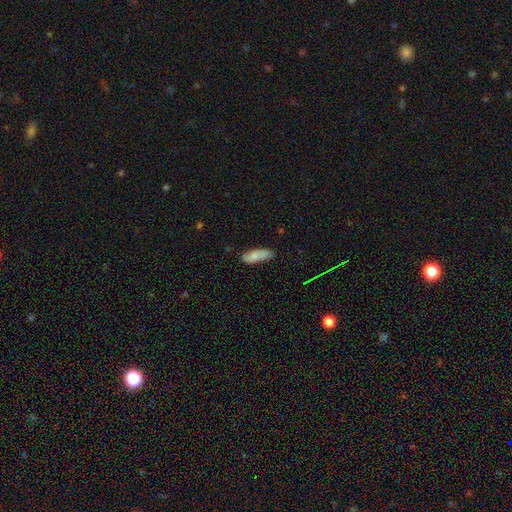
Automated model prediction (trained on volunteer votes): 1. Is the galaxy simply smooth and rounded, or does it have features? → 79% smooth, 14% featured or disk, 7% star or artifact.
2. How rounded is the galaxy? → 60% in between, 38% cigar-shaped, 2% round.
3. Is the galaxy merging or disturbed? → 72% none, 22% minor disturbance, 4% major disturbance, 3% merger.